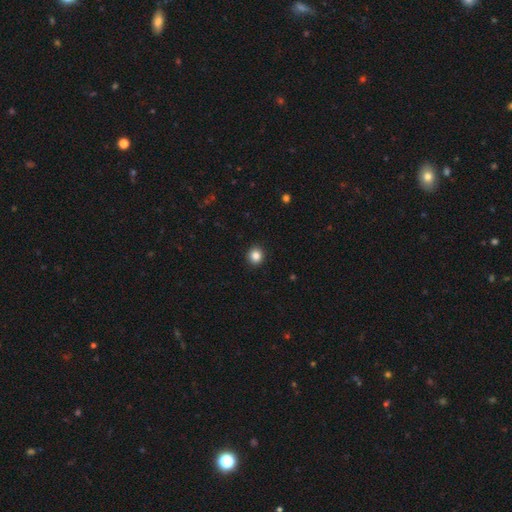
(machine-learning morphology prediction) Smooth or featured? smooth (86%)
How rounded? round (91%)
Merging? none (93%)